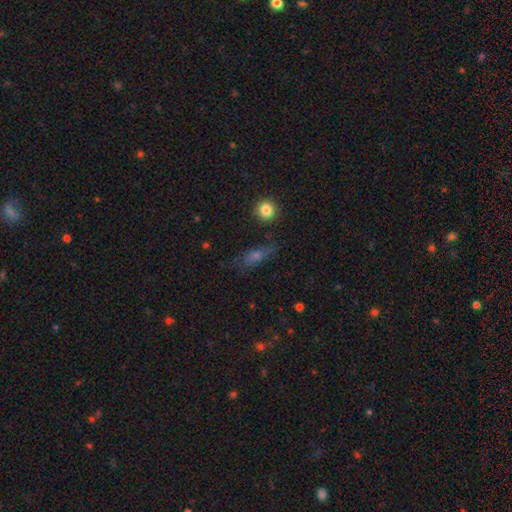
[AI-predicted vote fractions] This is possibly a smooth galaxy (47%). Merging: likely none (70%).